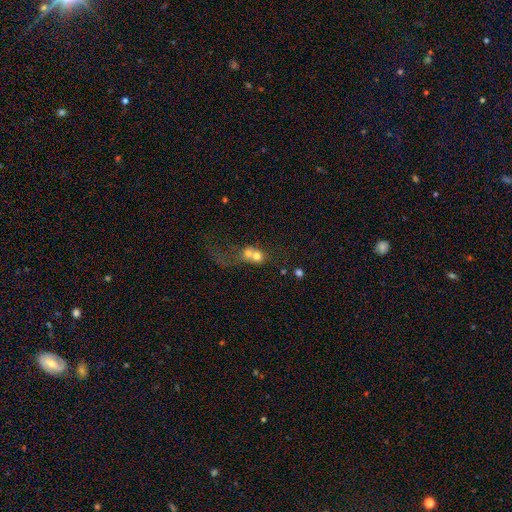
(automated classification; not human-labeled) A smooth galaxy with no disk features (60%) that is round (71%).

Vote fractions:
- Smooth or featured? smooth: 60% / featured or disk: 26% / star or artifact: 13%
- How rounded? round: 71% / in between: 27% / cigar-shaped: 2%
- Merging? merger: 71% / none: 13% / major disturbance: 11% / minor disturbance: 5%